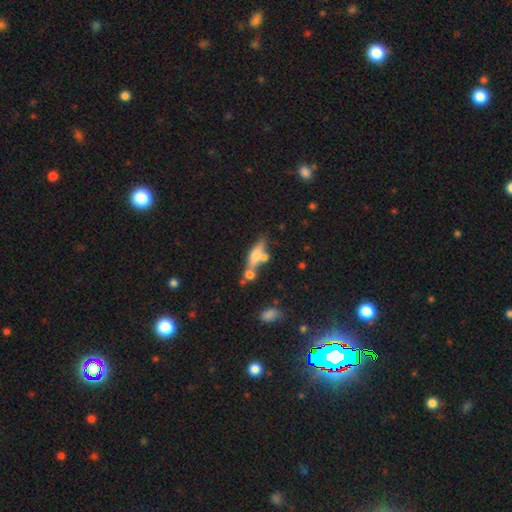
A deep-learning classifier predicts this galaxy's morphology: type=smooth (51%); roundness=cigar-shaped (59%); merging=none (46%).